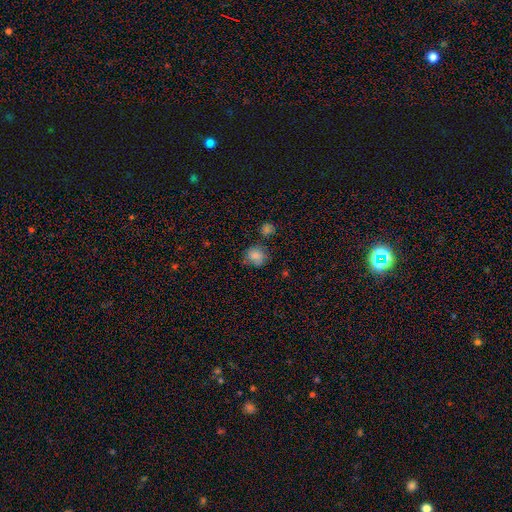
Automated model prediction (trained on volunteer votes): Smooth or featured: smooth — 81% (star or artifact — 11%)
How rounded: round — 74% (in between — 25%)
Merging: none — 65% (minor disturbance — 22%)